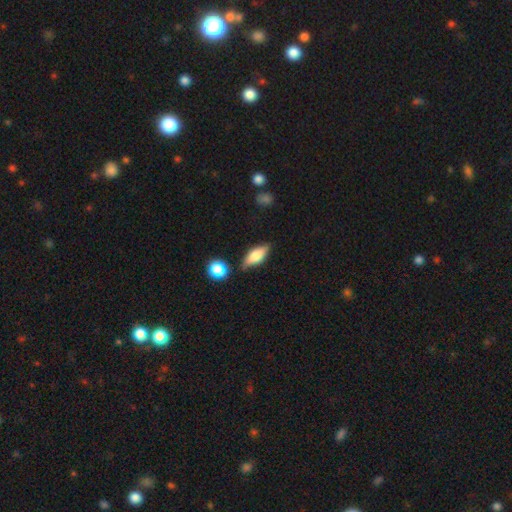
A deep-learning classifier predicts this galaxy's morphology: A smooth galaxy with no disk features (61%) that is in between round and cigar-shaped (72%).

Vote fractions:
- Smooth or featured? smooth: 61% / featured or disk: 31% / star or artifact: 8%
- How rounded? in between: 72% / cigar-shaped: 25% / round: 4%
- Merging? none: 75% / minor disturbance: 16% / merger: 4% / major disturbance: 4%